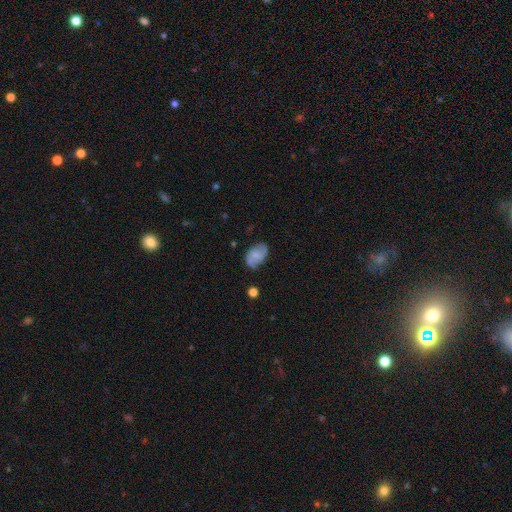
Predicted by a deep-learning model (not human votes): Smooth or featured?
  - smooth: 47% *
  - featured or disk: 44%
  - star or artifact: 9%
Merging?
  - none: 69% *
  - minor disturbance: 22%
  - major disturbance: 6%
  - merger: 2%